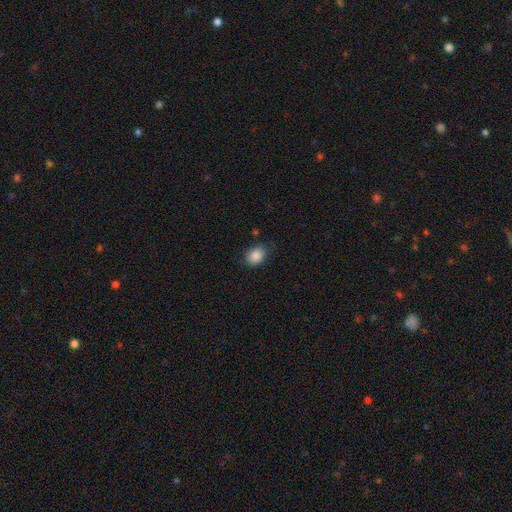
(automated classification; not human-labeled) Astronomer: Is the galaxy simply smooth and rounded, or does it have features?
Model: smooth — 88%.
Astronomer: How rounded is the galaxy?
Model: in between — 58% (runner-up: round, 41%).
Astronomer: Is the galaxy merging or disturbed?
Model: none — 78%.